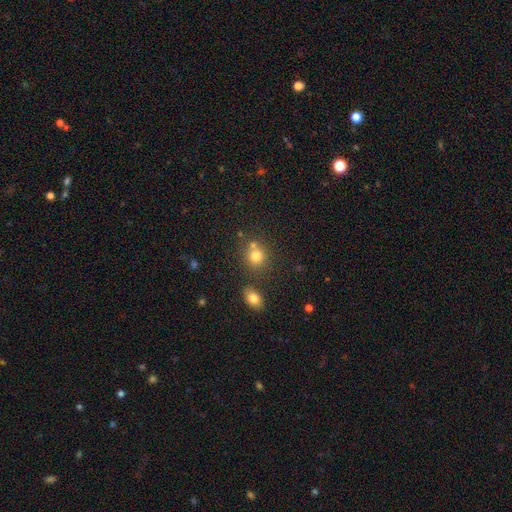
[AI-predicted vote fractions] This appears to be a smooth galaxy with no disk features (78%) that is round (82%). Merging: none (63%).